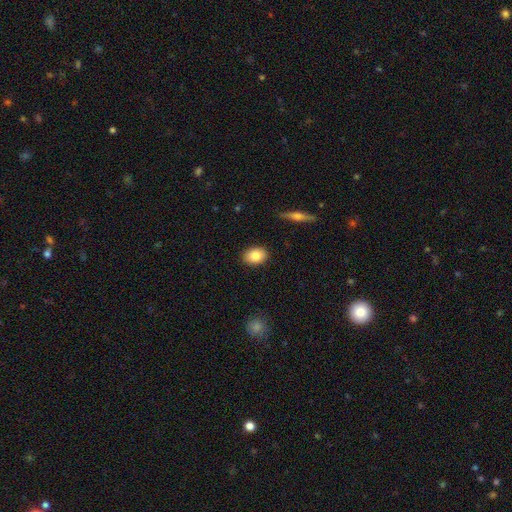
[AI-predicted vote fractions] Q: Smooth or featured?
A: smooth (83%); runner-up: featured or disk (9%)
Q: How rounded?
A: in between (75%); runner-up: round (24%)
Q: Merging?
A: none (88%); runner-up: minor disturbance (9%)